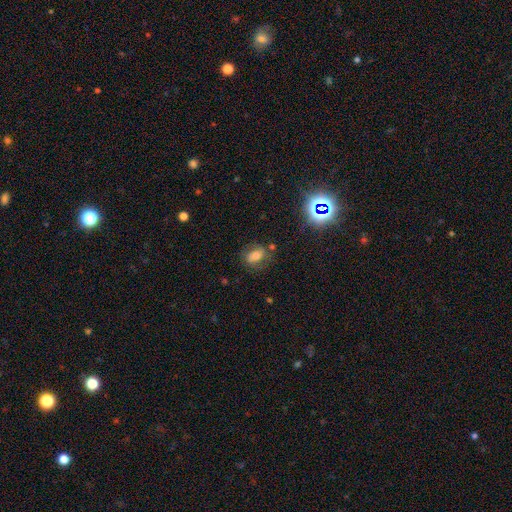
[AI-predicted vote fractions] This is possibly a smooth galaxy (50%). How rounded: likely in between (64%). Merging: likely none (68%).